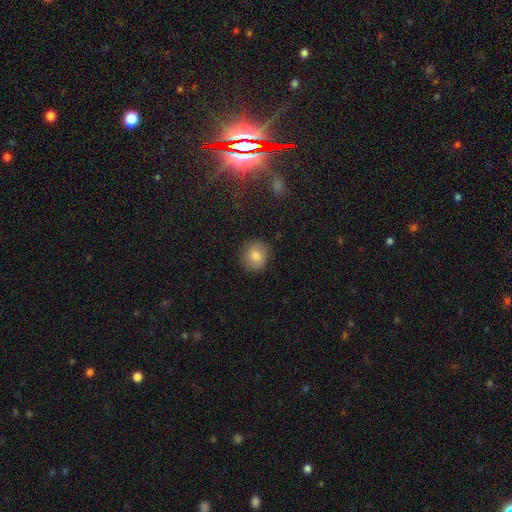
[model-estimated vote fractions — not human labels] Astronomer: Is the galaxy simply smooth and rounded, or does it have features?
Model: smooth — 79%.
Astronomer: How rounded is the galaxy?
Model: round — 88%.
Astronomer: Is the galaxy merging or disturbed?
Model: none — 89%.